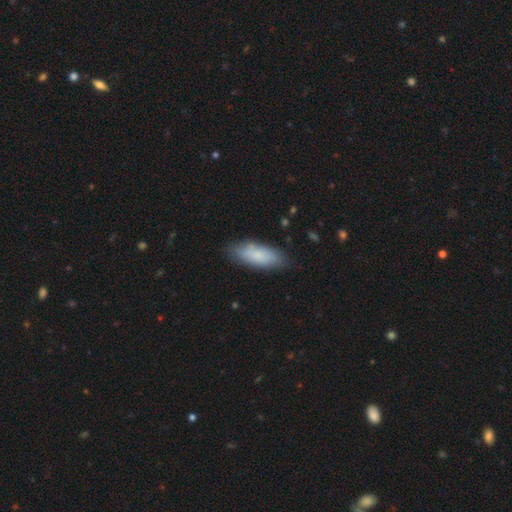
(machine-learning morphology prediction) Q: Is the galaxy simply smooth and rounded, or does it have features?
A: smooth — 77%.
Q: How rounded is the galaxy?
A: in between — 69%.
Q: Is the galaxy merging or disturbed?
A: none — 81%.